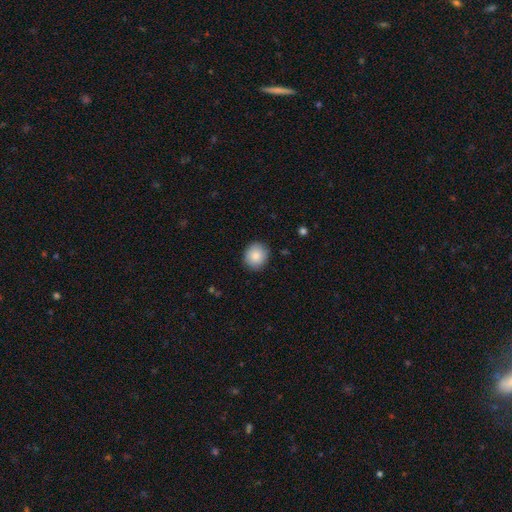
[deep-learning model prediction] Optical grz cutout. It shows a smooth galaxy with no disk features (86%) that is round (86%). Merging: none (88%).